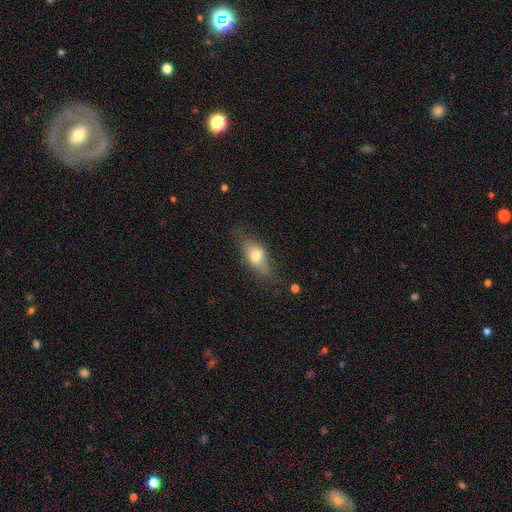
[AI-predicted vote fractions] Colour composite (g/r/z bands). It shows a smooth galaxy with no disk features (64%) that is in between round and cigar-shaped (75%). Merging: none (65%).